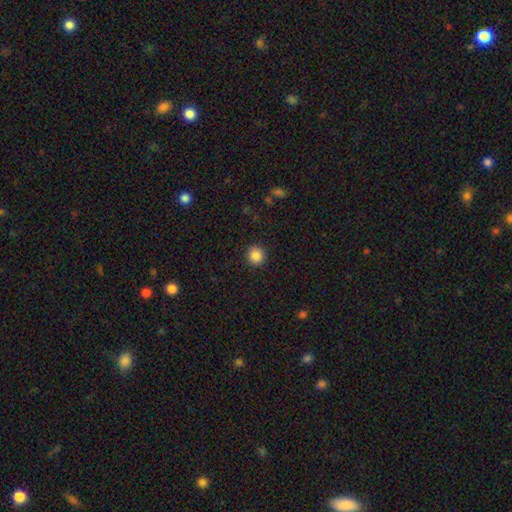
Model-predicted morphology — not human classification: type=smooth (86%); roundness=round (93%); merging=none (92%).